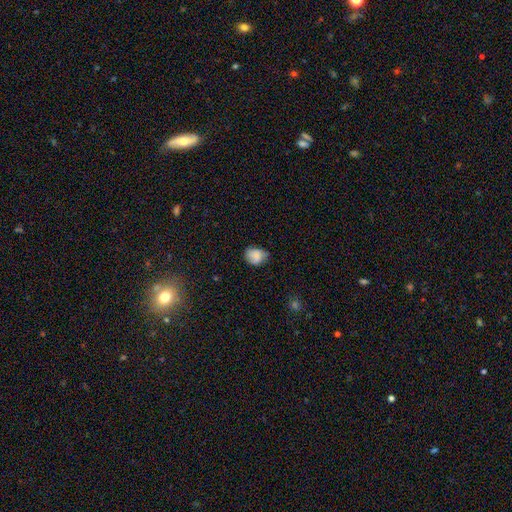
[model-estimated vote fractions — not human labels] Smooth or featured? smooth (80%)
How rounded? round (51%)
Merging? none (58%)